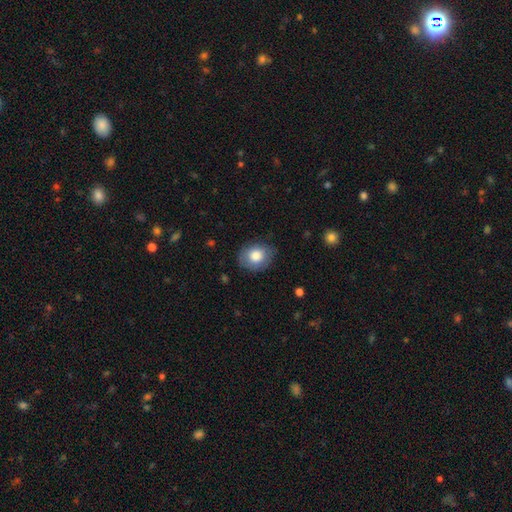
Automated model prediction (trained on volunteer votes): A smooth galaxy with no disk features (79%) that is round (50%). Merging: none (78%).